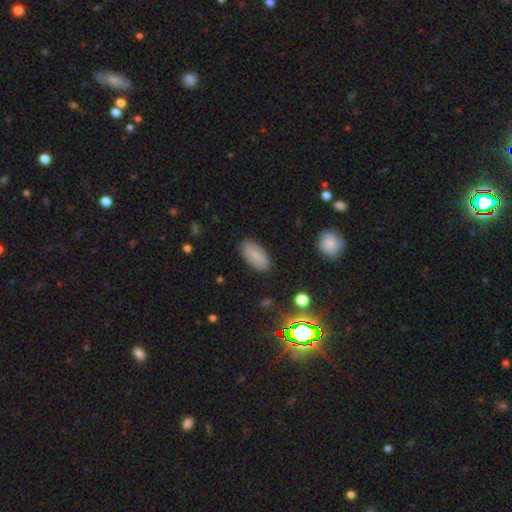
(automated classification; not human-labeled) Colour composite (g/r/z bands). It shows a smooth galaxy with no disk features (80%) that is in between round and cigar-shaped (93%). Merging: none (87%).